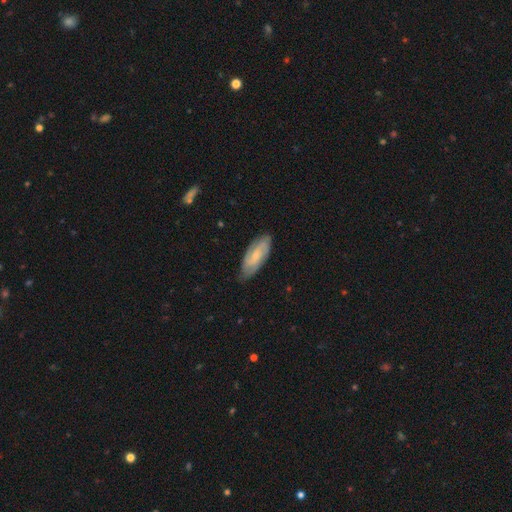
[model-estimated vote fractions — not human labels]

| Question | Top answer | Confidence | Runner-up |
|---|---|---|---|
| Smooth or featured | featured or disk | 62% | smooth (32%) |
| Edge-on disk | no | 90% | yes (10%) |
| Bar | no | 47% | weak (43%) |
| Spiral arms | yes | 90% | no (10%) |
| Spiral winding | tight | 46% | medium (40%) |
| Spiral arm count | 2 | 57% | can't tell (26%) |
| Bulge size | small | 65% | moderate (26%) |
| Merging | none | 78% | minor disturbance (18%) |